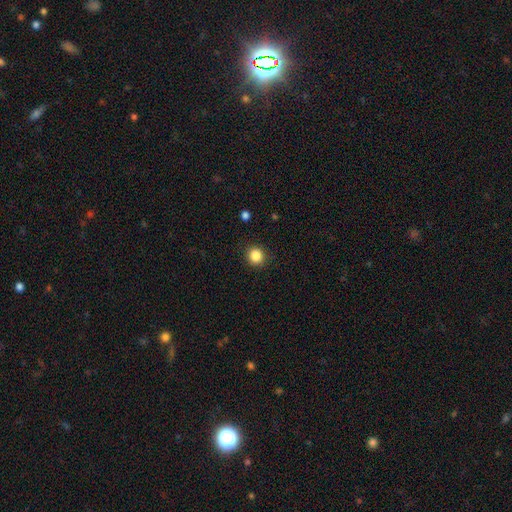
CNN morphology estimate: type=smooth (86%); roundness=round (89%); merging=none (90%).